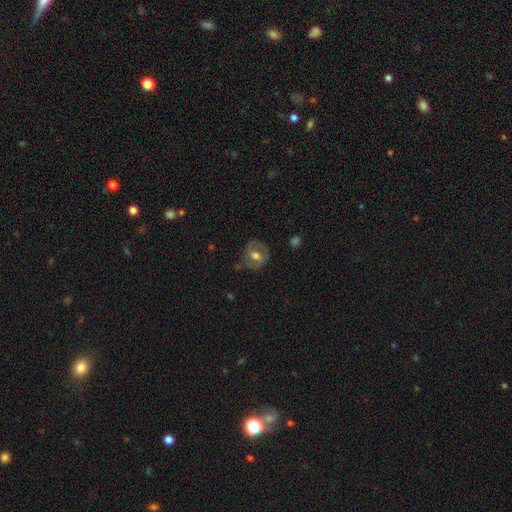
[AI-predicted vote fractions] Smooth or featured? featured or disk (54%)
Edge-on disk? no (95%)
Bar? weak (41%, tied with no)
Spiral arms? yes (56%)
Bulge size? moderate (66%)
Merging? none (68%)